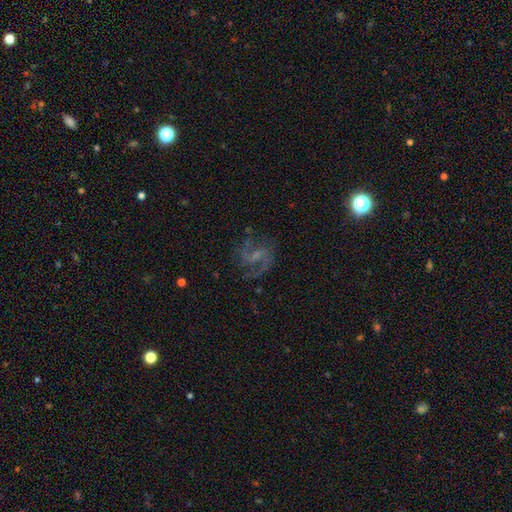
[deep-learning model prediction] A featured or disk galaxy (82%) with a weak bar (53%), 2 (81%) medium (55%) spiral arms (95%) and a small central bulge (51%).

Vote fractions:
- Smooth or featured? featured or disk: 82% / star or artifact: 9% / smooth: 8%
- Edge-on disk? no: 98% / yes: 2%
- Bar? weak: 53% / no: 30% / strong: 17%
- Spiral arms? yes: 95% / no: 5%
- Spiral winding? medium: 55% / loose: 30% / tight: 14%
- Spiral arm count? 2: 81% / can't tell: 6% / 3: 6% / 1: 3% / 4: 2% / more than 4: 2%
- Bulge size? small: 51% / none: 27% / moderate: 19% / large: 2% / dominant: 1%
- Merging? none: 71% / minor disturbance: 15% / major disturbance: 12% / merger: 2%